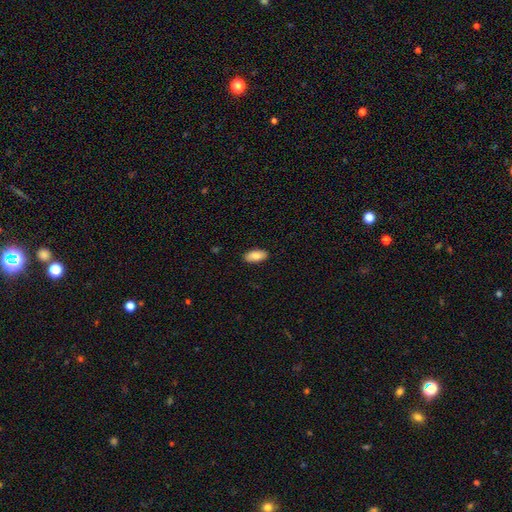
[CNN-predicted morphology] smooth 85%, featured or disk 9%, star or artifact 6%. Down the decision tree: how rounded — in between (92%); merging — none (89%).